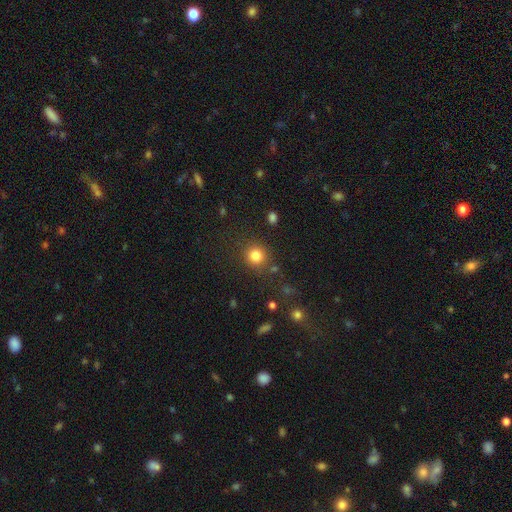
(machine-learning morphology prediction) Smooth or featured? Predicted: smooth (p=0.82). How rounded? Predicted: round (p=0.91). Merging? Predicted: none (p=0.83).